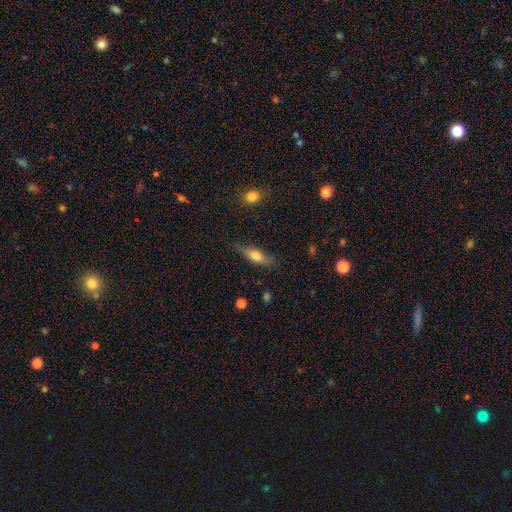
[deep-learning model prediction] Smooth or featured? smooth (62%)
How rounded? in between (49%)
Merging? none (73%)